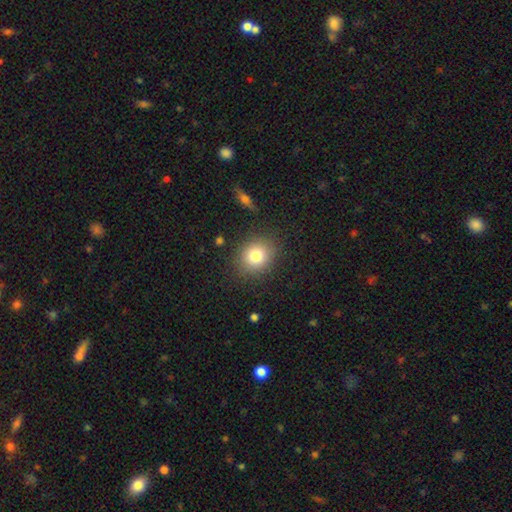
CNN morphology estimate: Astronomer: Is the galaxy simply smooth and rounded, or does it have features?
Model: smooth — 80%.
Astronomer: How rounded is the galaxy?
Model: round — 70%.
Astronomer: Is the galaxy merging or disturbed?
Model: none — 85%.